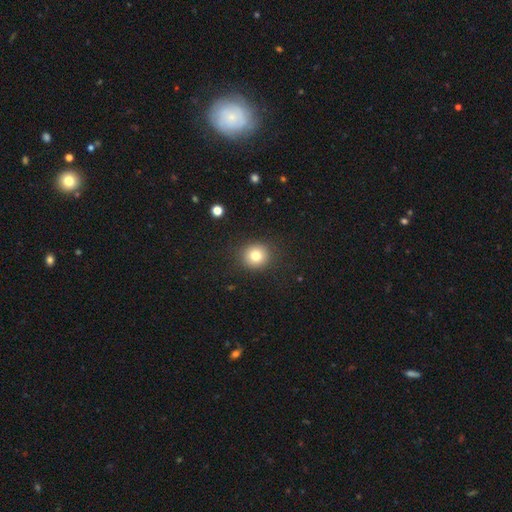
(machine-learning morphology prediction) smooth_or_featured: smooth (p=0.80) [alt: star or artifact p=0.12]
how_rounded: round (p=0.88) [alt: in between p=0.11]
merging: none (p=0.88) [alt: minor disturbance p=0.07]